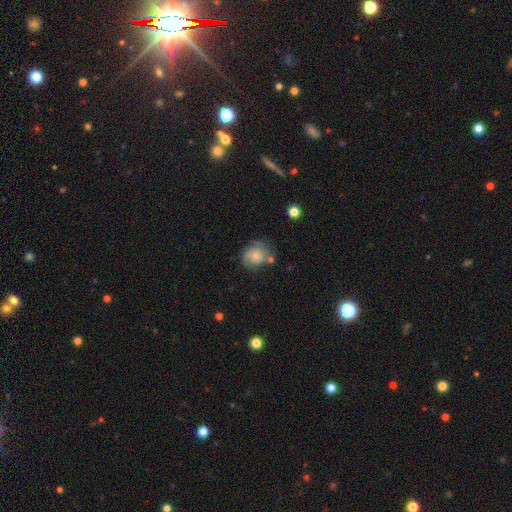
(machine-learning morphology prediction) Smooth or featured? smooth (54%)
How rounded? round (73%)
Merging? none (56%)